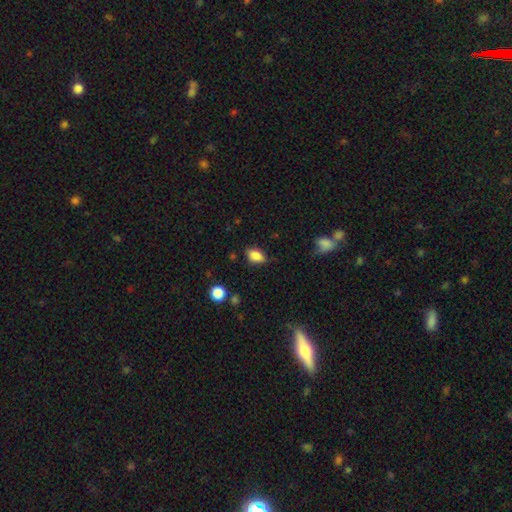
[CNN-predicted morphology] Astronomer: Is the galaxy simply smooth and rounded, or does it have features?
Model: smooth — 84%.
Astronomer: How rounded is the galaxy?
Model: in between — 86%.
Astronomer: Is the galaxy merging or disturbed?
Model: none — 73%.